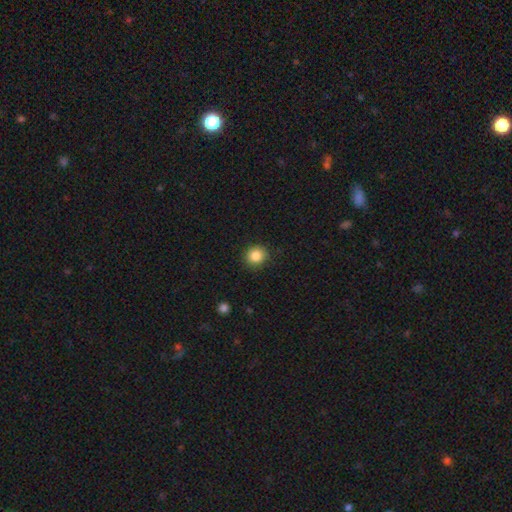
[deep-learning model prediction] smooth_or_featured: smooth (p=0.86) [alt: star or artifact p=0.10]
how_rounded: round (p=0.85) [alt: in between p=0.14]
merging: none (p=0.87) [alt: minor disturbance p=0.09]